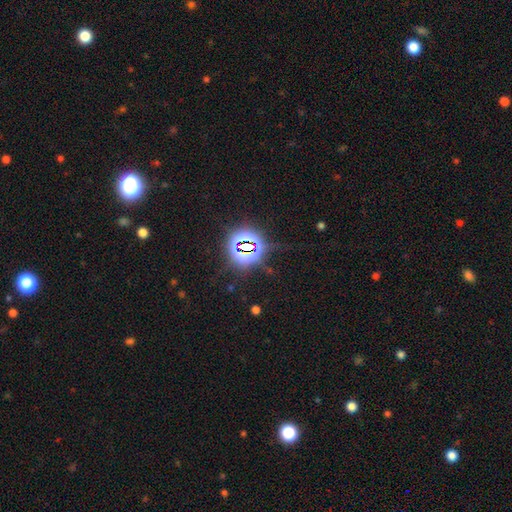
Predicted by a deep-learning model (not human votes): Q: Smooth or featured?
A: star or artifact (82%); runner-up: smooth (11%)